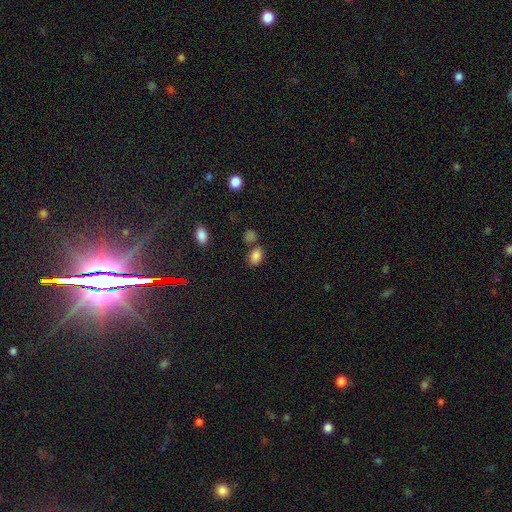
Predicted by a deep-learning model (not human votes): A smooth galaxy with no disk features (83%) that is in between round and cigar-shaped (84%). Merging: none (64%).